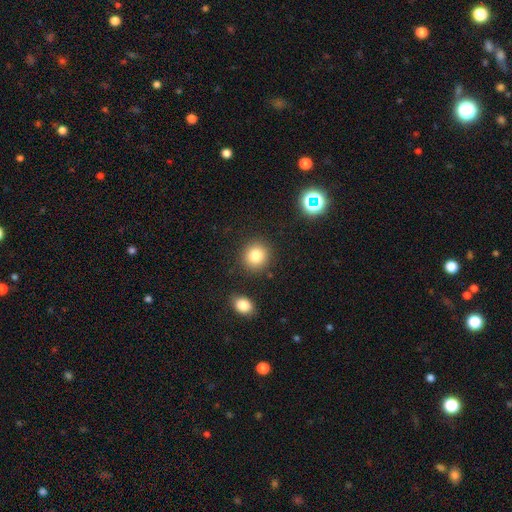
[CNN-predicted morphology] smooth-or-featured: smooth: 82% | star or artifact: 11% | featured or disk: 7%
  how-rounded: round: 88% | in between: 11% | cigar-shaped: 1%
  merging: none: 87% | minor disturbance: 7% | merger: 4% | major disturbance: 3%